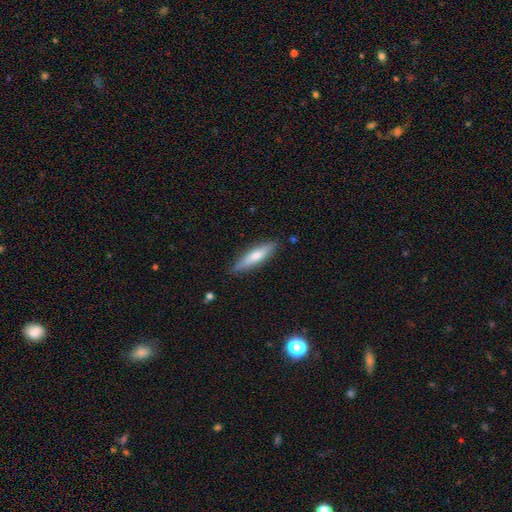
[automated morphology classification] Smooth or featured? smooth (56%)
How rounded? cigar-shaped (79%)
Merging? none (87%)